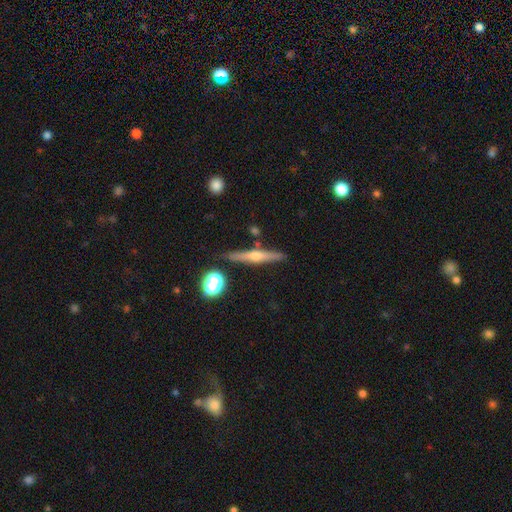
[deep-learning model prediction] This is likely a featured or disk galaxy (67%). It is clearly viewed edge-on (97%). Edge-on bulge: clearly rounded (85%). Merging: clearly none (87%).